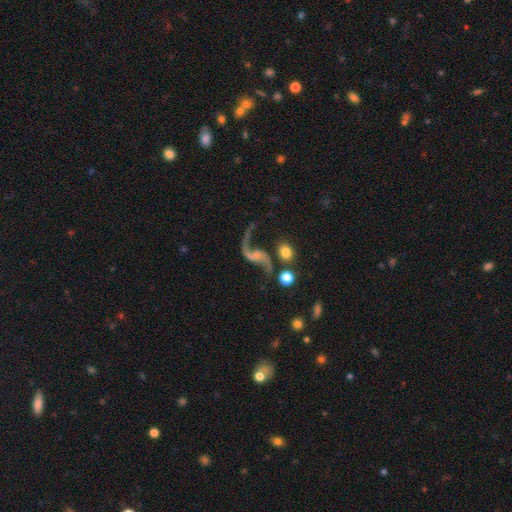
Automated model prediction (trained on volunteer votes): featured or disk 87%, smooth 7%, star or artifact 7%. Down the decision tree: edge-on disk — no (97%); bar — no (56%); spiral arms — yes (95%); spiral arm count — 2 (92%); spiral winding — loose (93%); bulge size — small (40%); merging — none (58%).